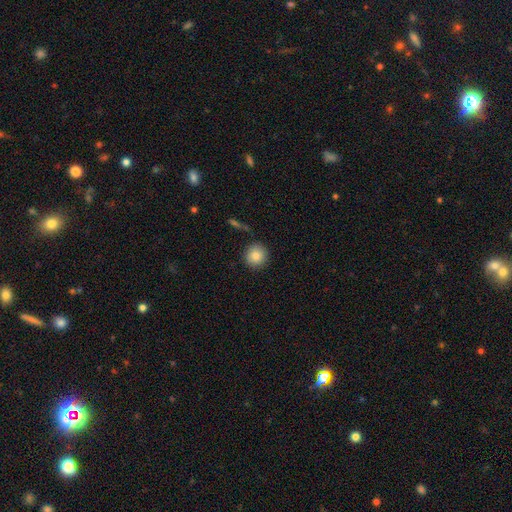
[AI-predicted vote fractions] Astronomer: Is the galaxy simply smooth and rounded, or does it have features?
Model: smooth — 84%.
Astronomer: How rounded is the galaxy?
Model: round — 93%.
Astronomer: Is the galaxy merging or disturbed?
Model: none — 87%.